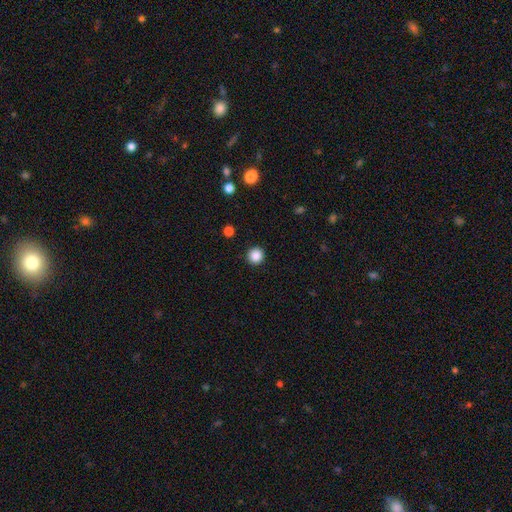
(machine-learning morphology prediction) smooth-or-featured: smooth: 87% | star or artifact: 10% | featured or disk: 3%
  how-rounded: round: 96% | in between: 3% | cigar-shaped: 1%
  merging: none: 93% | minor disturbance: 5% | major disturbance: 2% | merger: 1%